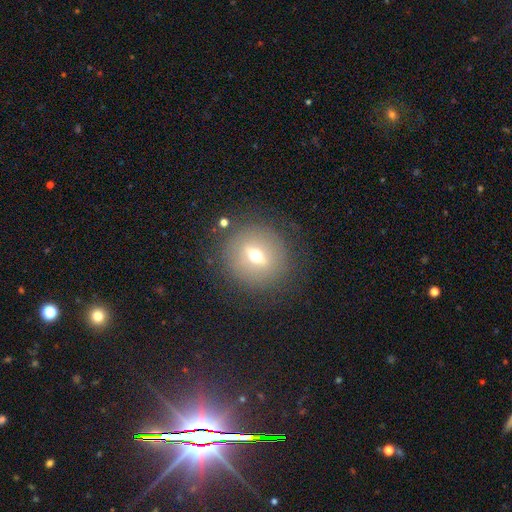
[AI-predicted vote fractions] Smooth or featured?
  - smooth: 45% *
  - featured or disk: 42%
  - star or artifact: 13%
Merging?
  - none: 83% *
  - minor disturbance: 10%
  - major disturbance: 5%
  - merger: 2%